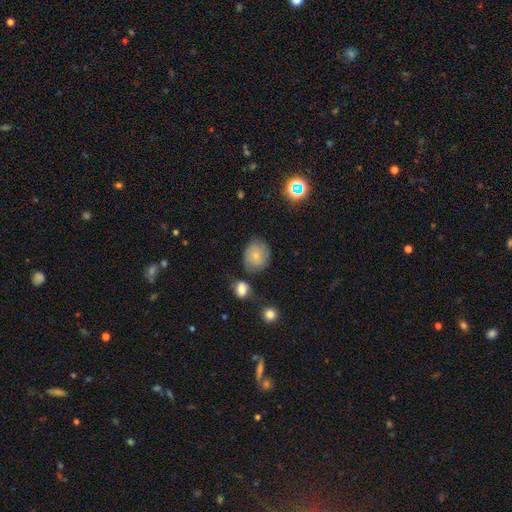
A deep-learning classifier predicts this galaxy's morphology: The model was most divided on "smooth or featured": smooth: 64%, featured or disk: 26%, star or artifact: 9%. More confident: how rounded — round (72%); merging — none (66%).